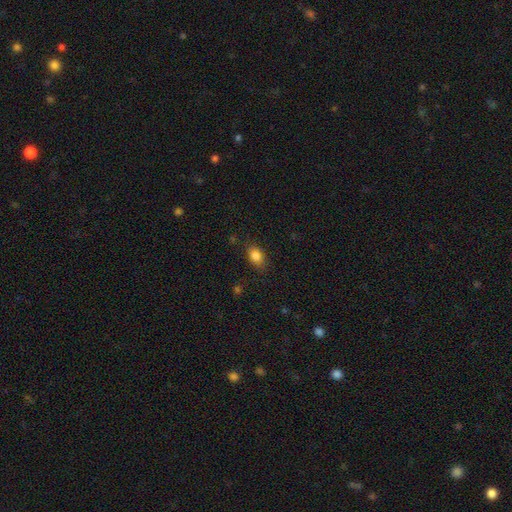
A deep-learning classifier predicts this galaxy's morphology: type=smooth (84%); roundness=in between (80%); merging=none (80%).